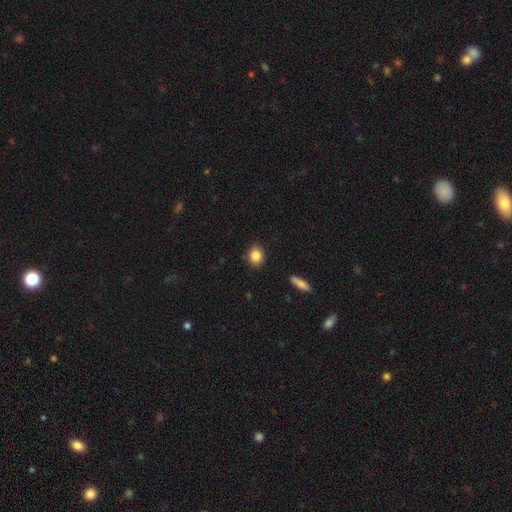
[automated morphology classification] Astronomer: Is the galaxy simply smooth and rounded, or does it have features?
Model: smooth — 86%.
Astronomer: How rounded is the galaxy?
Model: round — 53% (runner-up: in between, 45%).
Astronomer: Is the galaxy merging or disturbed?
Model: none — 88%.